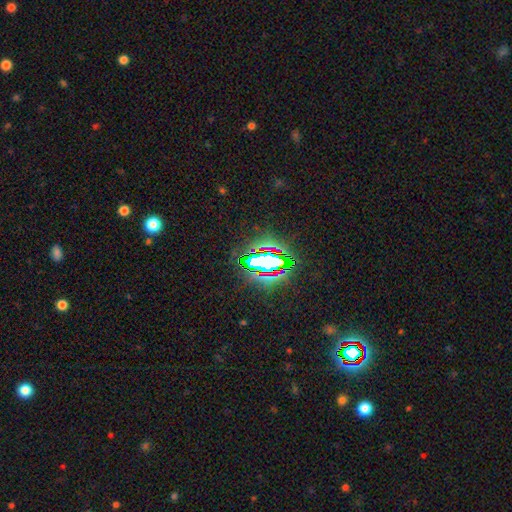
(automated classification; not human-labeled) A star or artifact, not a galaxy (80%).